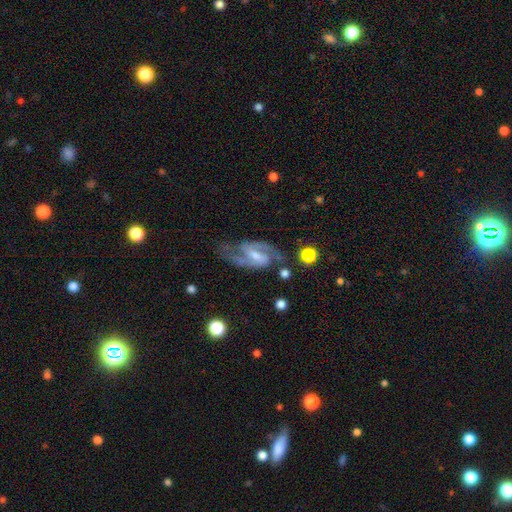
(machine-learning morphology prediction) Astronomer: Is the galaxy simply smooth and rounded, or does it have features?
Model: featured or disk — 89%.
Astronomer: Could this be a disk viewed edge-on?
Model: no — 96%.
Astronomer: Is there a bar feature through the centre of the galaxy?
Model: weak — 46% (runner-up: strong, 41%).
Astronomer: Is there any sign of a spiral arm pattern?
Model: yes — 97%.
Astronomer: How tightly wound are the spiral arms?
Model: medium — 61%.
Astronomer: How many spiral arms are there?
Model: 2 — 92%.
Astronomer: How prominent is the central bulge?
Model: small — 43% (runner-up: moderate, 40%).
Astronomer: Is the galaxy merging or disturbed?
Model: none — 75%.